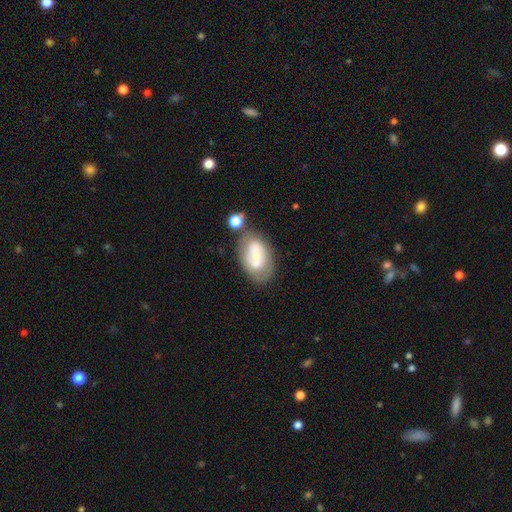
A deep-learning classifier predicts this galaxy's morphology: This appears to be a featured or disk galaxy (52%). Merging: none (57%).